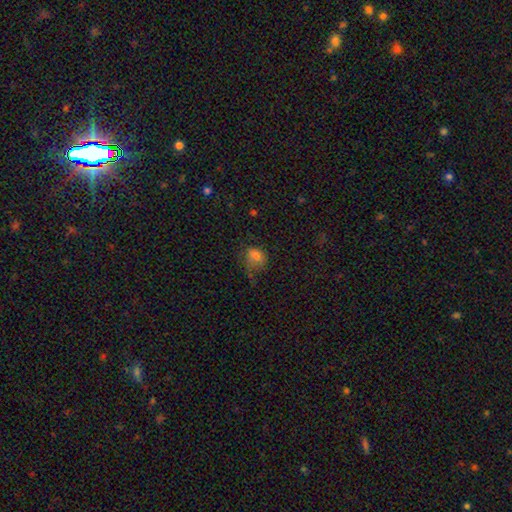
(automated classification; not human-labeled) Smooth or featured? smooth (74%)
How rounded? round (51%)
Merging? none (42%)